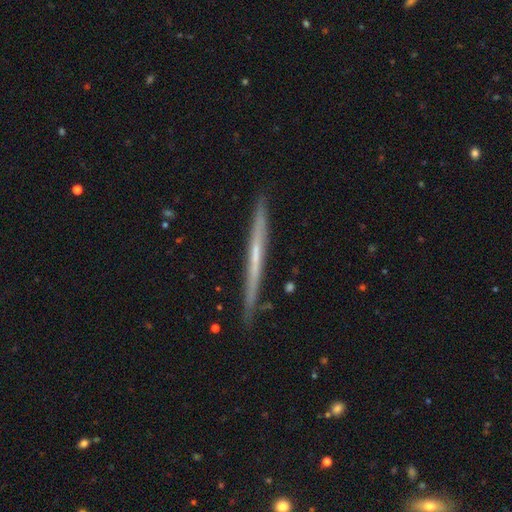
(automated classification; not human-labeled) The model was most divided on "smooth or featured": featured or disk: 62%, smooth: 33%, star or artifact: 6%. More confident: edge-on disk — yes (97%); merging — none (88%); edge-on bulge — none (85%).